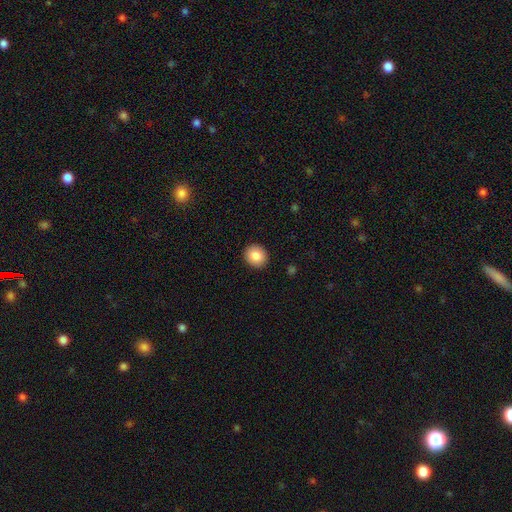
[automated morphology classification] Smooth or featured? smooth (86%)
How rounded? round (82%)
Merging? none (92%)